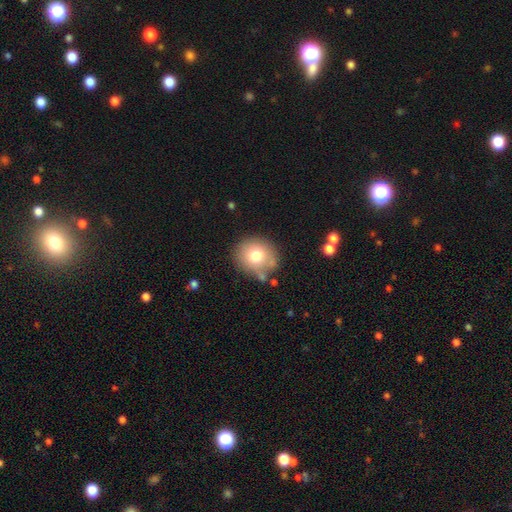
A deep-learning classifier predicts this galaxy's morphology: A smooth galaxy with no disk features (74%) that is round (79%).

Vote fractions:
- Smooth or featured? smooth: 74% / featured or disk: 16% / star or artifact: 10%
- How rounded? round: 79% / in between: 20% / cigar-shaped: 1%
- Merging? none: 75% / minor disturbance: 15% / merger: 5% / major disturbance: 5%